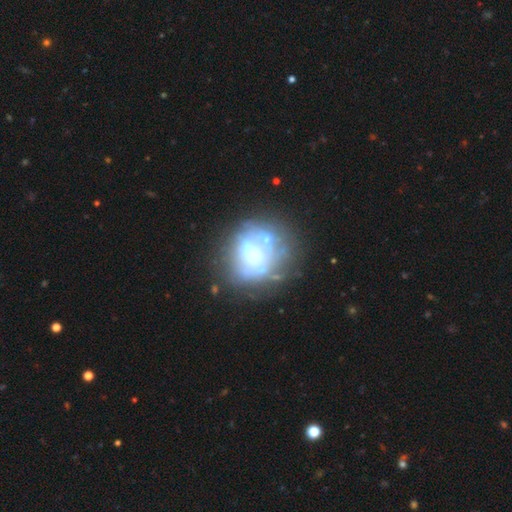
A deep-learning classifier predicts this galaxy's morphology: Overall: featured or disk (59%; smooth 28%). Edge-on disk: no (97%). Bar: no (75%). Spiral arms: no (82%). Bulge size: moderate (42%; small 22%). Merging: none (45%; major disturbance 19%).